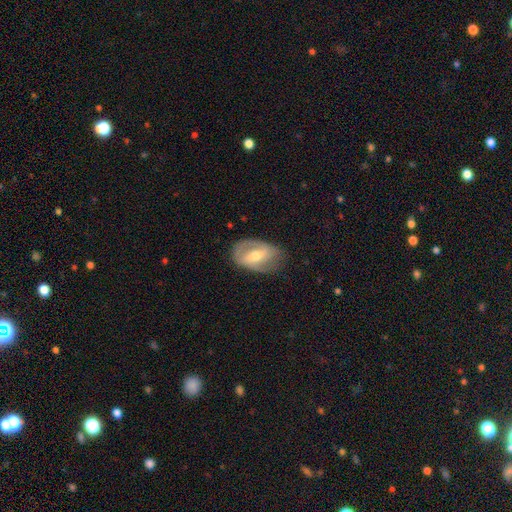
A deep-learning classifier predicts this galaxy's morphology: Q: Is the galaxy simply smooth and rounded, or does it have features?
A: featured or disk — 69%.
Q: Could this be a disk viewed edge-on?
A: no — 94%.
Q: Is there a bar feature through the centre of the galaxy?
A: weak — 42%.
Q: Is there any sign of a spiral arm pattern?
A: yes — 77%.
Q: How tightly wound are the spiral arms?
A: medium — 43%.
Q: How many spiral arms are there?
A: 2 — 73%.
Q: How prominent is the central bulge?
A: moderate — 63%.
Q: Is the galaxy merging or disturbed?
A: none — 67%.